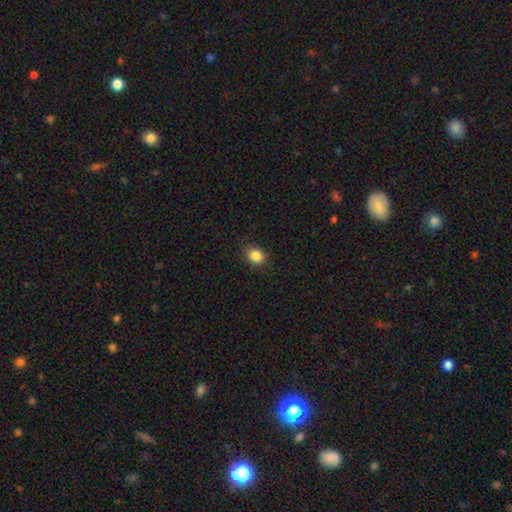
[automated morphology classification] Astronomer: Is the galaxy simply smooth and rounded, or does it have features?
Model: smooth — 86%.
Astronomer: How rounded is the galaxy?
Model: round — 60% (runner-up: in between, 39%).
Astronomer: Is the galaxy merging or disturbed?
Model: none — 86%.